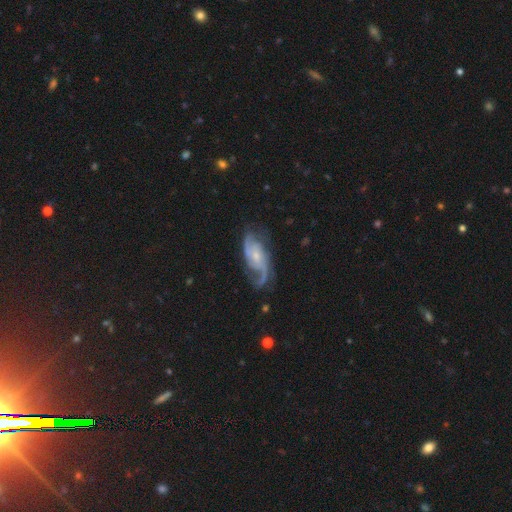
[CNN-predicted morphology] Smooth or featured: featured or disk — 88% (smooth — 7%)
Edge-on disk: no — 96% (yes — 4%)
Bar: no — 61% (weak — 32%)
Spiral arms: yes — 97% (no — 3%)
Spiral winding: medium — 49% (loose — 26%)
Spiral arm count: 2 — 68% (3 — 13%)
Bulge size: small — 62% (moderate — 30%)
Merging: none — 67% (minor disturbance — 20%)